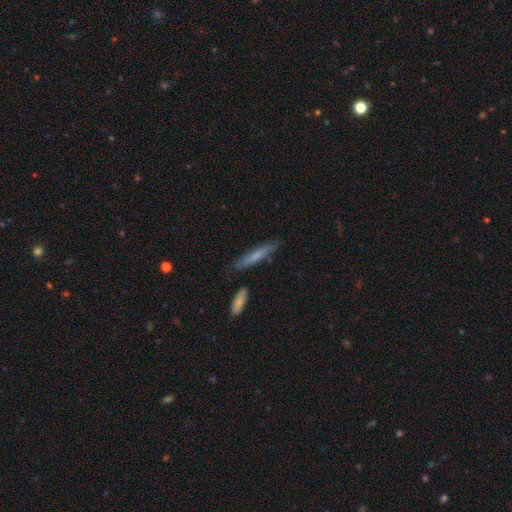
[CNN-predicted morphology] Q: Smooth or featured?
A: smooth (64%); runner-up: featured or disk (29%)
Q: How rounded?
A: cigar-shaped (90%); runner-up: in between (9%)
Q: Merging?
A: none (81%); runner-up: minor disturbance (12%)